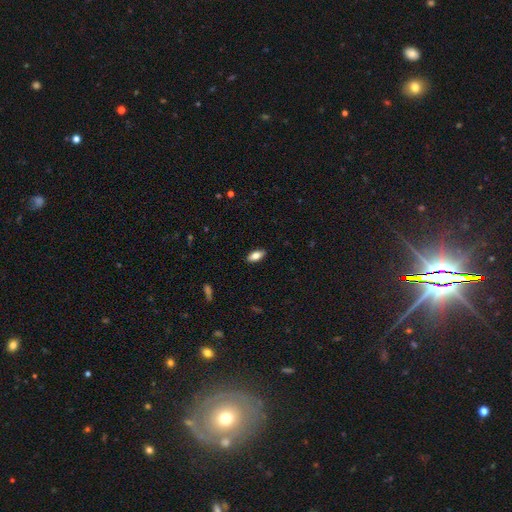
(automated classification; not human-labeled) This appears to be a smooth galaxy with no disk features (77%) that is in between round and cigar-shaped (87%). Merging: none (89%).